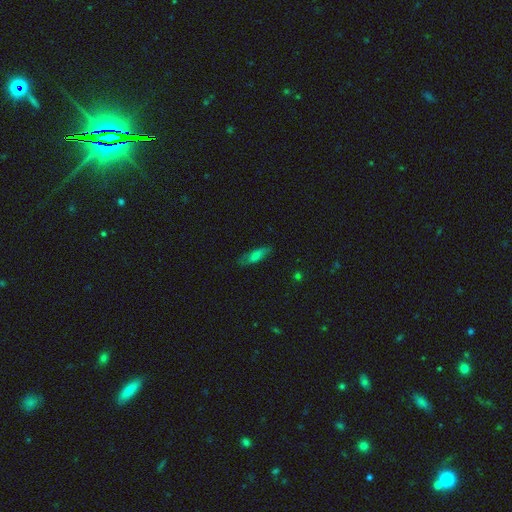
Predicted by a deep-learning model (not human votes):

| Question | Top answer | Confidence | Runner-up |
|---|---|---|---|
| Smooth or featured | smooth | 66% | featured or disk (24%) |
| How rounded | cigar-shaped | 49% | tied: in between (49%) |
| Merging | none | 73% | minor disturbance (20%) |